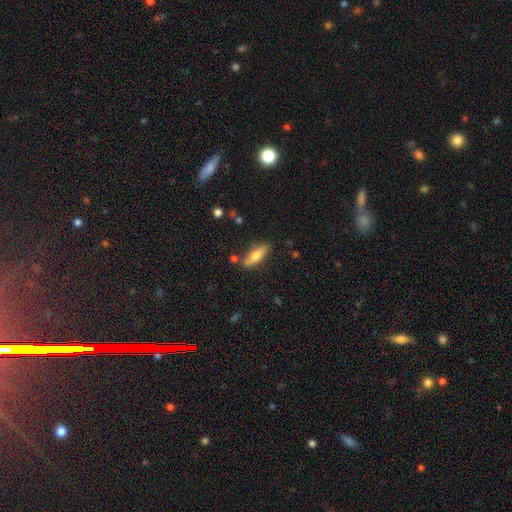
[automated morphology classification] The model was most divided on "how rounded": in between: 50%, cigar-shaped: 48%, round: 2%. More confident: merging — none (78%); smooth or featured — smooth (66%).